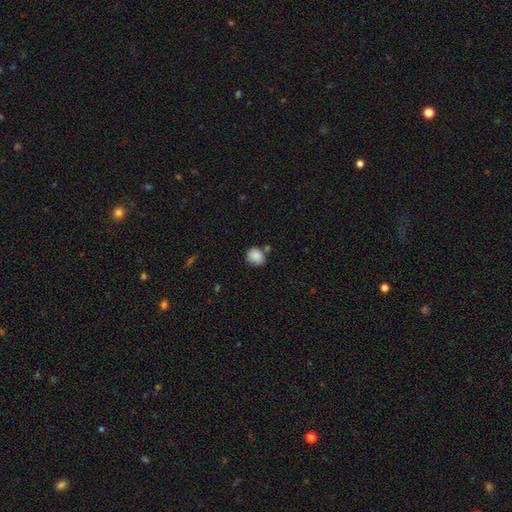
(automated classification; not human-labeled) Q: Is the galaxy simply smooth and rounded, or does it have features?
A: smooth — 87%.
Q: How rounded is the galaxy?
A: round — 75%.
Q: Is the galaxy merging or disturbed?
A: none — 68%.